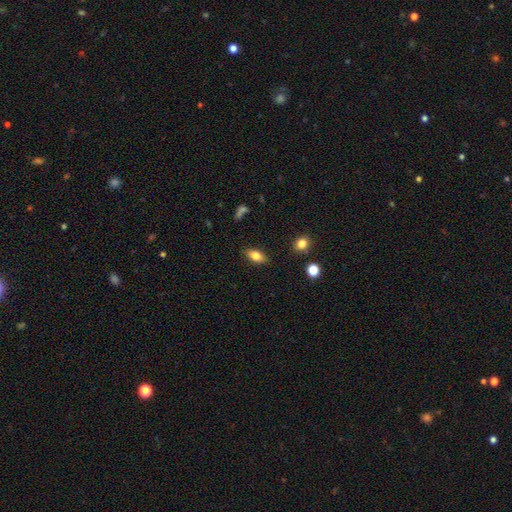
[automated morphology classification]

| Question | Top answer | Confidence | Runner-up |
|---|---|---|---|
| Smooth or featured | smooth | 75% | featured or disk (16%) |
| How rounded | in between | 85% | cigar-shaped (9%) |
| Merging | none | 85% | minor disturbance (11%) |